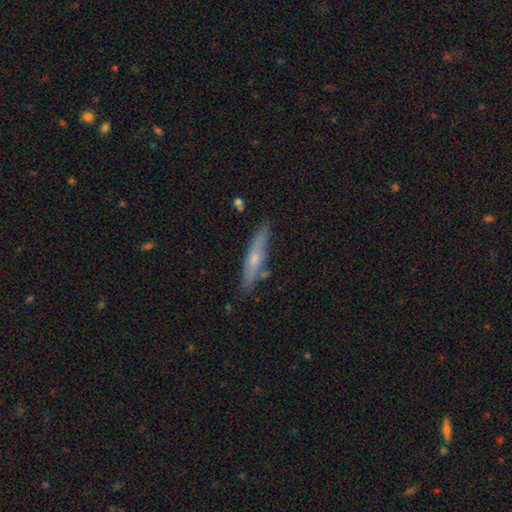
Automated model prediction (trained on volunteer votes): A featured or disk galaxy (48%).

Vote fractions:
- Smooth or featured? featured or disk: 48% / smooth: 46% / star or artifact: 6%
- Merging? none: 81% / minor disturbance: 13% / merger: 3% / major disturbance: 2%